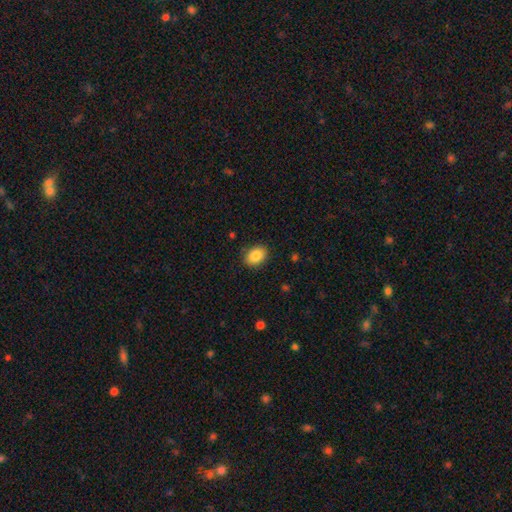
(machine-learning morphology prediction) A smooth galaxy with no disk features (87%) that is in between round and cigar-shaped (69%). Merging: none (87%).